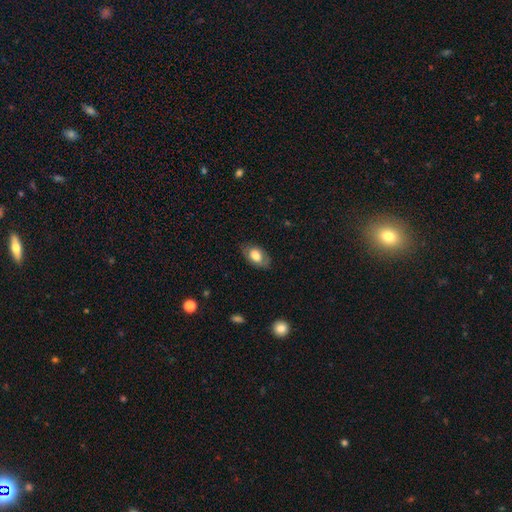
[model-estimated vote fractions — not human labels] smooth_or_featured: smooth (p=0.68) [alt: featured or disk p=0.25]
how_rounded: in between (p=0.90) [alt: round p=0.09]
merging: none (p=0.75) [alt: minor disturbance p=0.19]